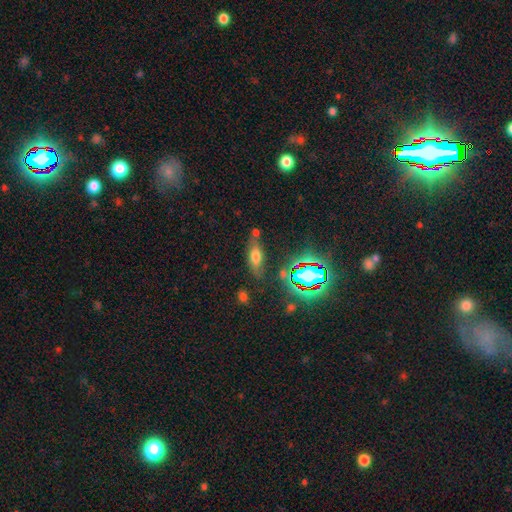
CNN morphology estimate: The model was most divided on "how rounded": in between: 64%, cigar-shaped: 29%, round: 6%. More confident: merging — none (68%); smooth or featured — smooth (58%).